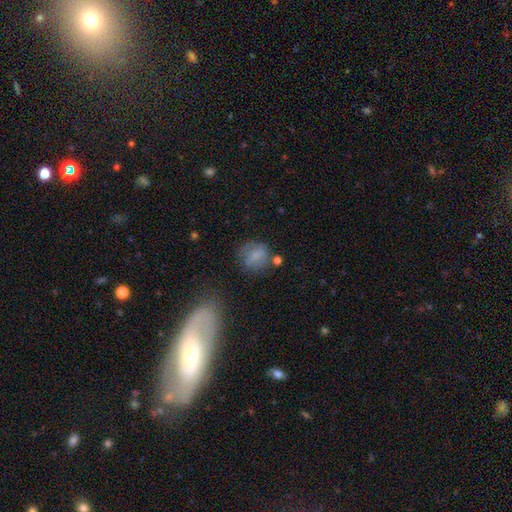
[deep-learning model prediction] Overall: smooth (72%). How rounded: round (72%). Merging: none (62%).